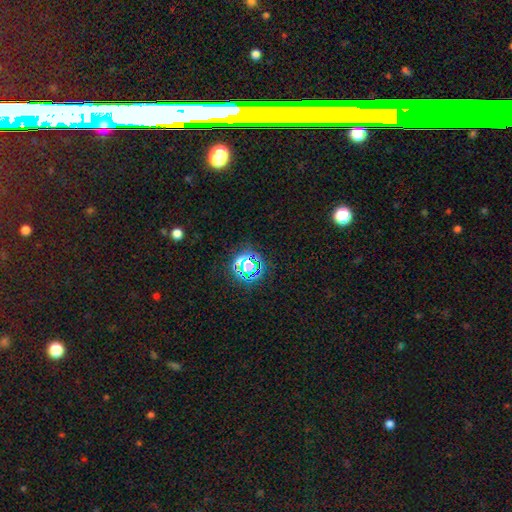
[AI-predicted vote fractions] Smooth or featured? star or artifact (73%)